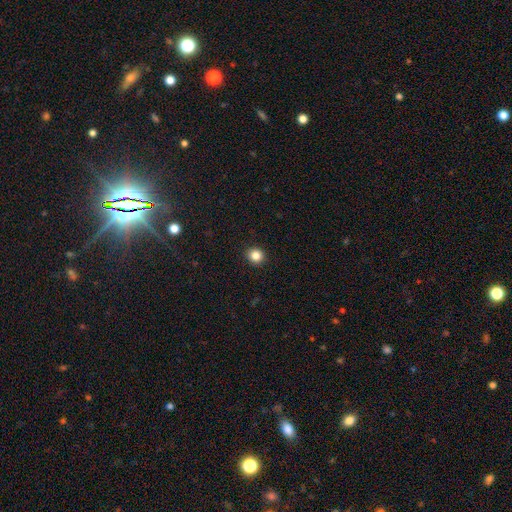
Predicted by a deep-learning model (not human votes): Q: Smooth or featured?
A: smooth (84%); runner-up: star or artifact (11%)
Q: How rounded?
A: round (88%); runner-up: in between (11%)
Q: Merging?
A: none (93%); runner-up: minor disturbance (5%)